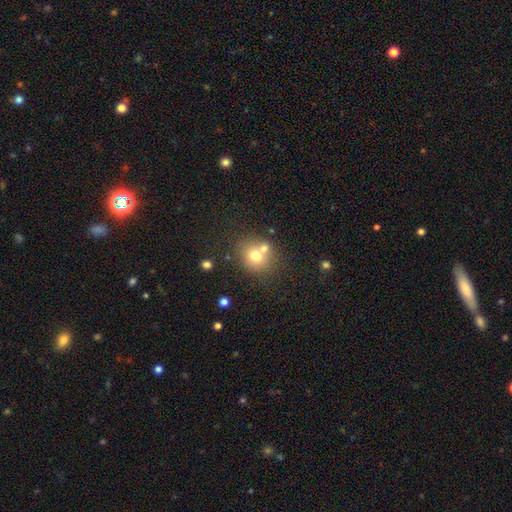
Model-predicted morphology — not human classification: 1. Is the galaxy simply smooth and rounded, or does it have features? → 69% smooth, 17% featured or disk, 13% star or artifact.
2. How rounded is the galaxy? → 78% round, 21% in between, 1% cigar-shaped.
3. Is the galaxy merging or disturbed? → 57% none, 29% merger, 10% minor disturbance, 4% major disturbance.